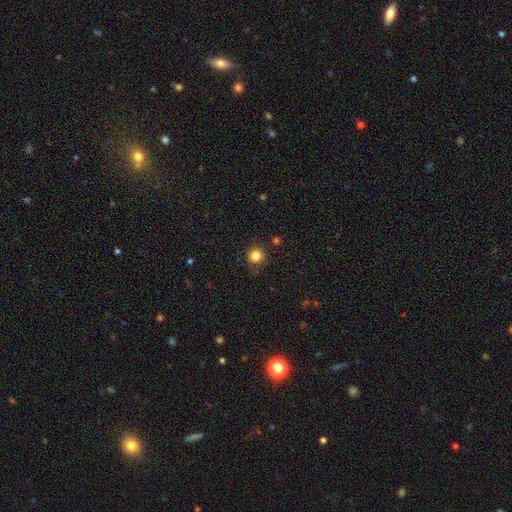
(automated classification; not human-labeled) Smooth or featured?
  - smooth: 84% *
  - star or artifact: 12%
  - featured or disk: 5%
How rounded?
  - round: 92% *
  - in between: 7%
  - cigar-shaped: 1%
Merging?
  - none: 84% *
  - minor disturbance: 11%
  - major disturbance: 3%
  - merger: 2%